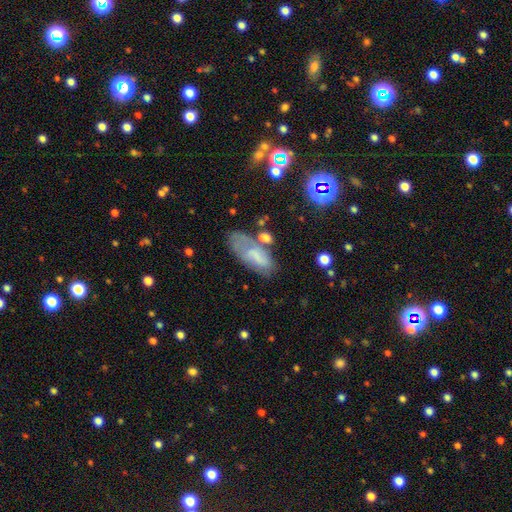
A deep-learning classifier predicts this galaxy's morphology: The model was most divided on "merging": none: 39%, minor disturbance: 27%, major disturbance: 20%, merger: 15%. More confident: how rounded — in between (85%); smooth or featured — smooth (58%).